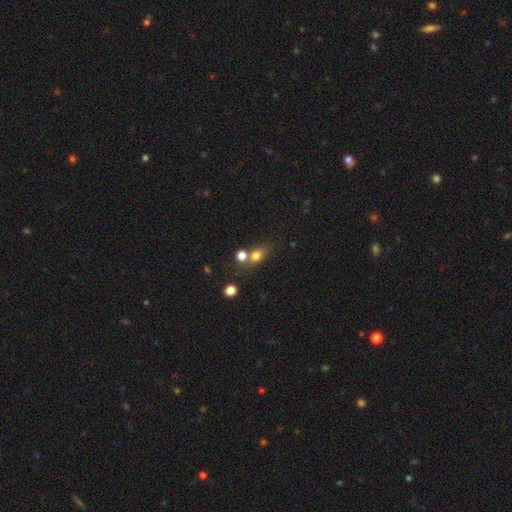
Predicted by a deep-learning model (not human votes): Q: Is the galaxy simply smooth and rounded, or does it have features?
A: smooth — 75%.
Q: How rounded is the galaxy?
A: in between — 53%.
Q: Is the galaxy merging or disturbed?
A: none — 47%.